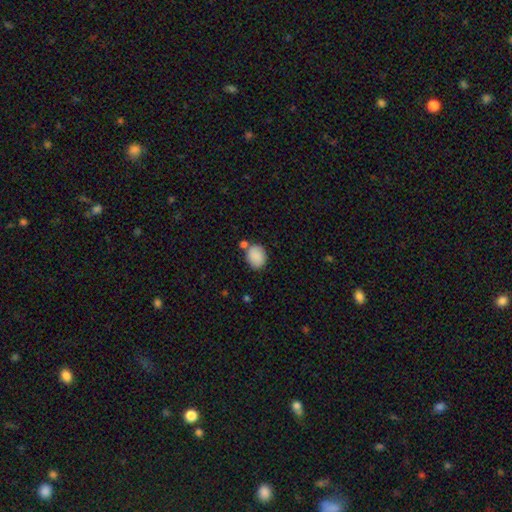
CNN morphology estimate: Q: Smooth or featured?
A: smooth (87%); runner-up: star or artifact (7%)
Q: How rounded?
A: round (51%); runner-up: in between (48%)
Q: Merging?
A: none (66%); runner-up: minor disturbance (15%)